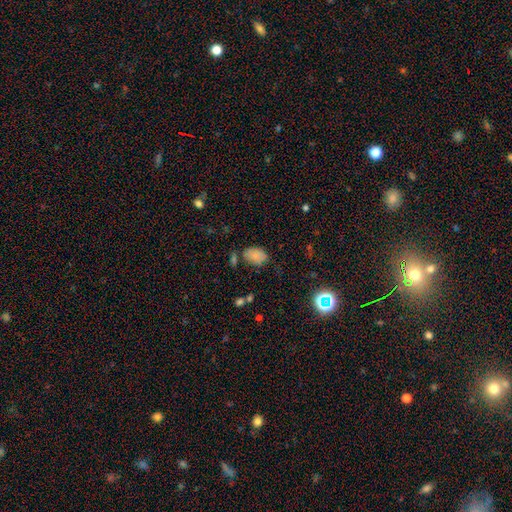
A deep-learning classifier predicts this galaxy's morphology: smooth_or_featured: smooth (p=0.81) [alt: star or artifact p=0.11]
how_rounded: in between (p=0.85) [alt: round p=0.13]
merging: none (p=0.63) [alt: minor disturbance p=0.23]